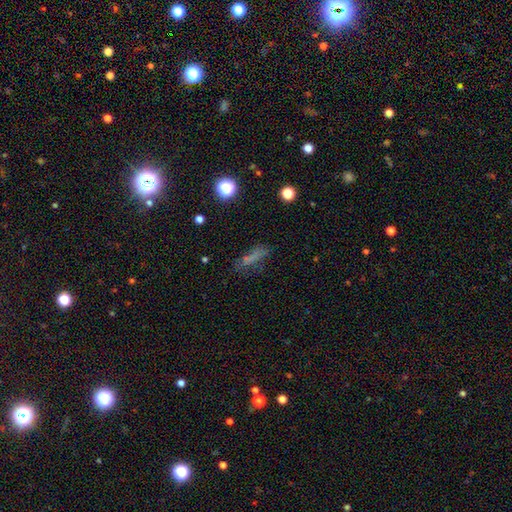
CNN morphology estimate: A smooth galaxy with no disk features (47%). Merging: none (78%).